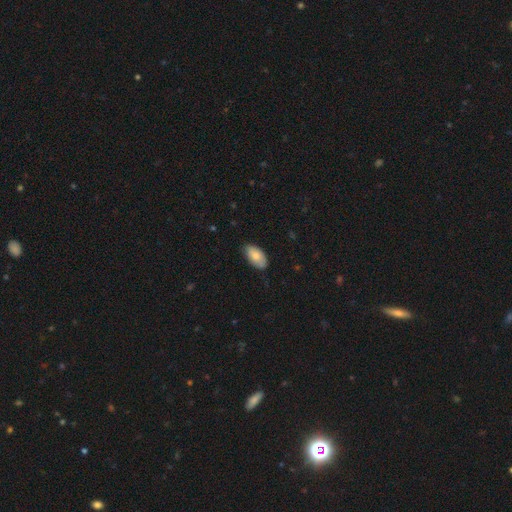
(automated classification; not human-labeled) This is likely a smooth galaxy (79%). How rounded: clearly in between (95%). Merging: likely none (78%).